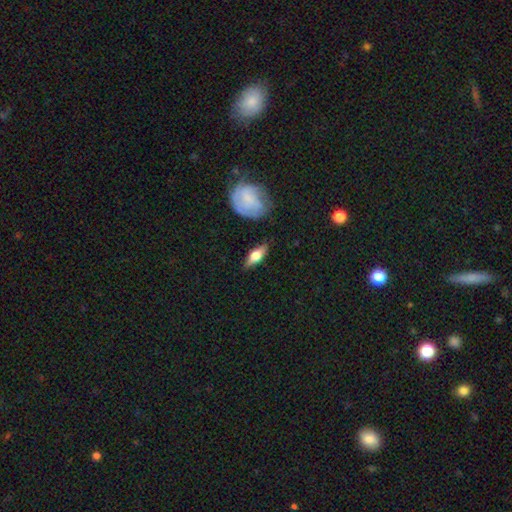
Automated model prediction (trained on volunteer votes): smooth_or_featured: featured or disk (p=0.50) [alt: smooth p=0.44]
merging: none (p=0.83) [alt: minor disturbance p=0.12]